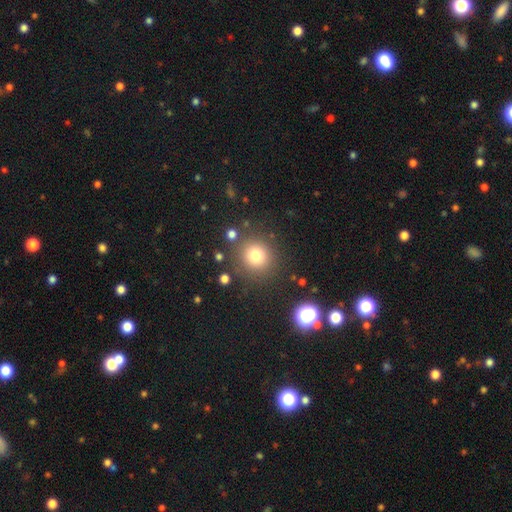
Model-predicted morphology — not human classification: Smooth or featured? Predicted: smooth (p=0.77). How rounded? Predicted: round (p=0.91). Merging? Predicted: none (p=0.85).